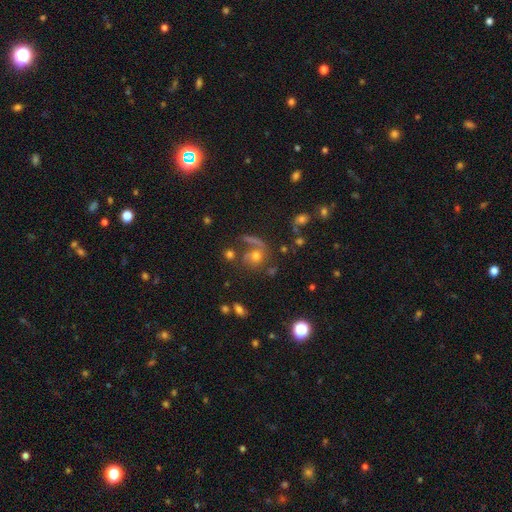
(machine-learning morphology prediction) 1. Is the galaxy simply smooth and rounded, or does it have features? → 49% smooth, 32% featured or disk, 20% star or artifact.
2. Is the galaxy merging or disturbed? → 47% none, 20% merger, 19% major disturbance, 14% minor disturbance.